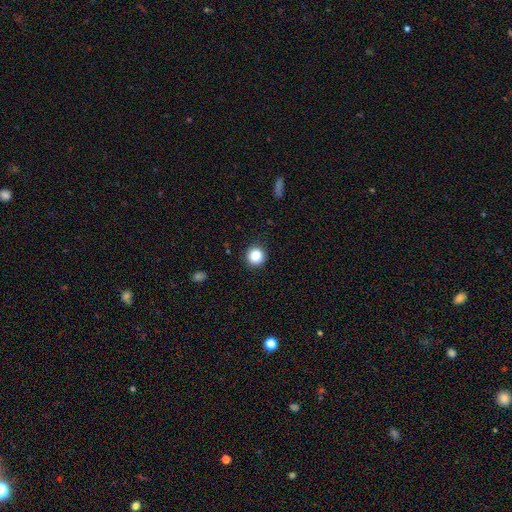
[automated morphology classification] This appears to be a smooth galaxy with no disk features (87%) that is round (94%). Merging: none (90%).